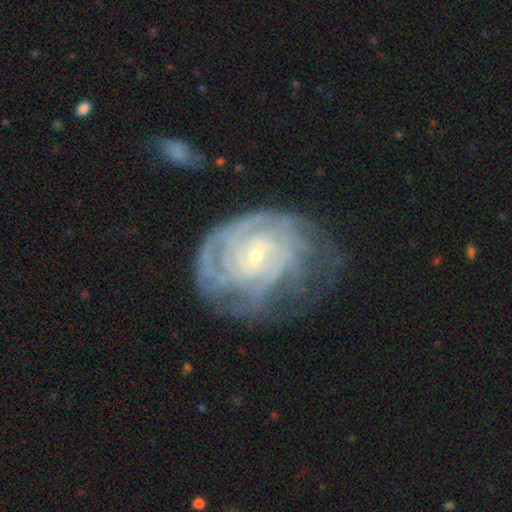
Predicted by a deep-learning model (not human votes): The model was most divided on "spiral arm count": can't tell: 38%, 4: 21%, 3: 14%, 2: 11%, more than 4: 11%, 1: 6%. More confident: edge-on disk — no (97%); spiral arms — yes (94%); smooth or featured — featured or disk (85%); bulge size — small (80%); spiral winding — tight (75%); bar — no (57%); merging — none (55%).